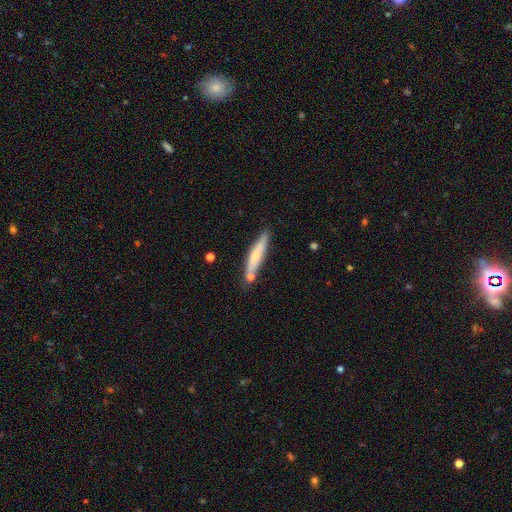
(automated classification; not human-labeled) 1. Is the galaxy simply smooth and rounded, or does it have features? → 60% smooth, 34% featured or disk, 6% star or artifact.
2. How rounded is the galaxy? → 89% cigar-shaped, 10% in between, 1% round.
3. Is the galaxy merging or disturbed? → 72% none, 16% minor disturbance, 9% merger, 3% major disturbance.